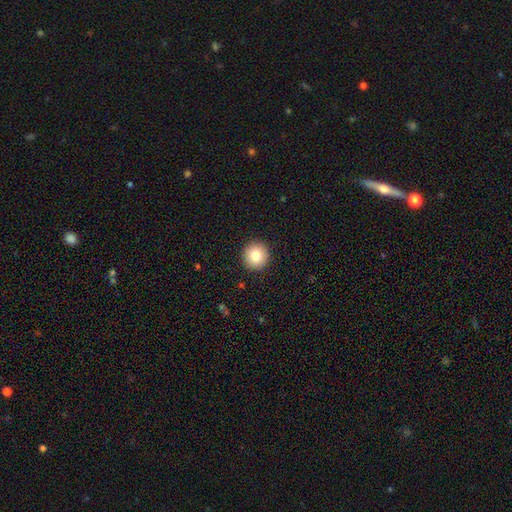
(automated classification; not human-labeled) Morphology: type=smooth (80%); roundness=round (95%); merging=none (93%).